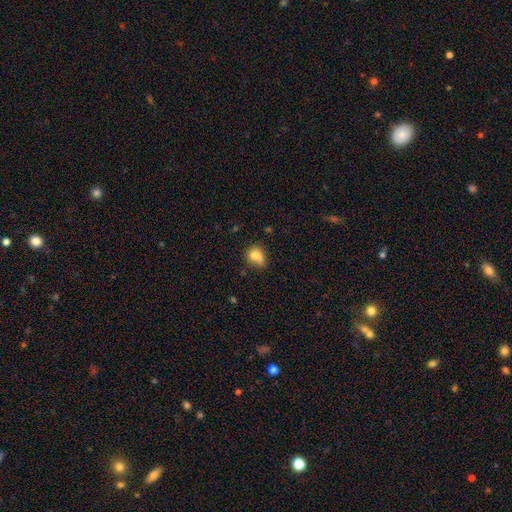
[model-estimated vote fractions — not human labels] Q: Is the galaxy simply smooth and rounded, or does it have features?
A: smooth — 77%.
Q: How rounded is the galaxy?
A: round — 56%.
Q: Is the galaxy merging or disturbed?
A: none — 41%.